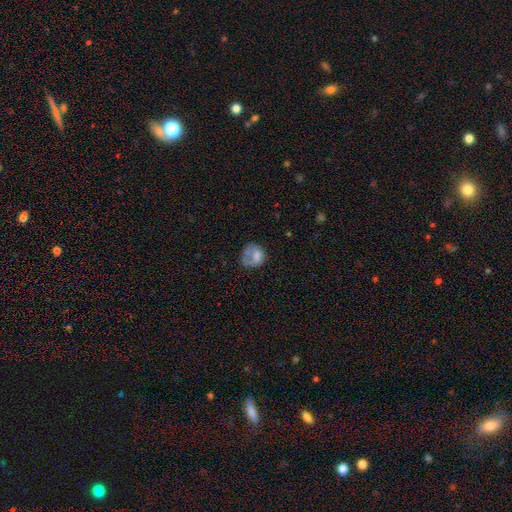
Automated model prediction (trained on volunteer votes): Smooth or featured: smooth — 66% (featured or disk — 25%)
How rounded: round — 64% (in between — 35%)
Merging: none — 37% (major disturbance — 30%)